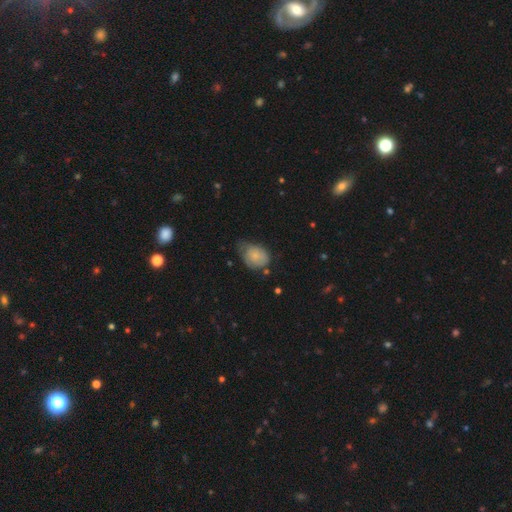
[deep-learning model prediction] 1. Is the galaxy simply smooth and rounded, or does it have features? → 62% smooth, 30% featured or disk, 8% star or artifact.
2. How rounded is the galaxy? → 60% in between, 38% round, 1% cigar-shaped.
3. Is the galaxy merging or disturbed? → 43% minor disturbance, 35% none, 18% major disturbance, 3% merger.